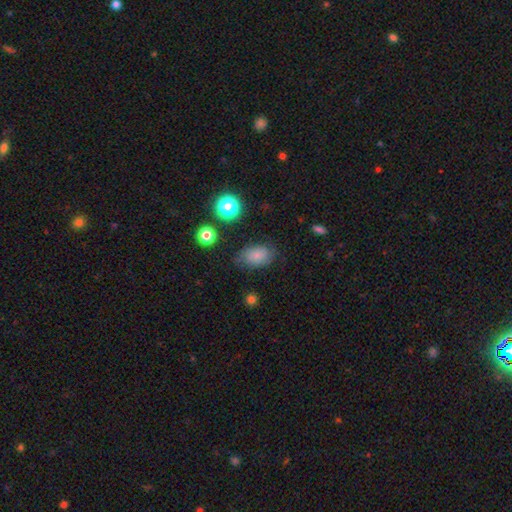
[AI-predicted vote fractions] smooth 62%, featured or disk 23%, star or artifact 15%. Down the decision tree: how rounded — in between (81%); merging — none (66%).